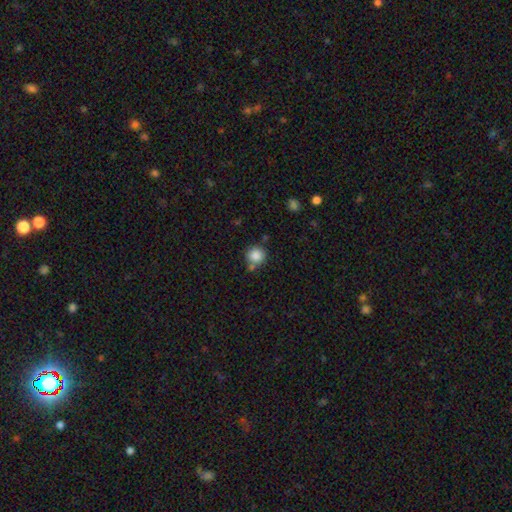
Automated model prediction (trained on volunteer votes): Q: Smooth or featured?
A: smooth (86%); runner-up: star or artifact (10%)
Q: How rounded?
A: round (93%); runner-up: in between (6%)
Q: Merging?
A: none (73%); runner-up: merger (13%)